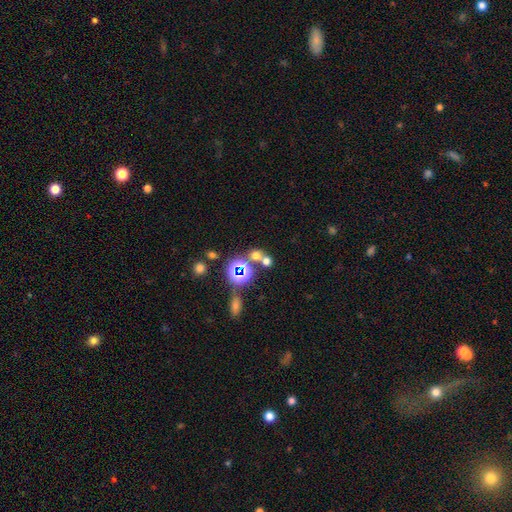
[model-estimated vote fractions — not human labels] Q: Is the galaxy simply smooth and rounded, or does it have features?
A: smooth — 54%.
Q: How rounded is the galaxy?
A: round — 73%.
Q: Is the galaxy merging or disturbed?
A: none — 52%.